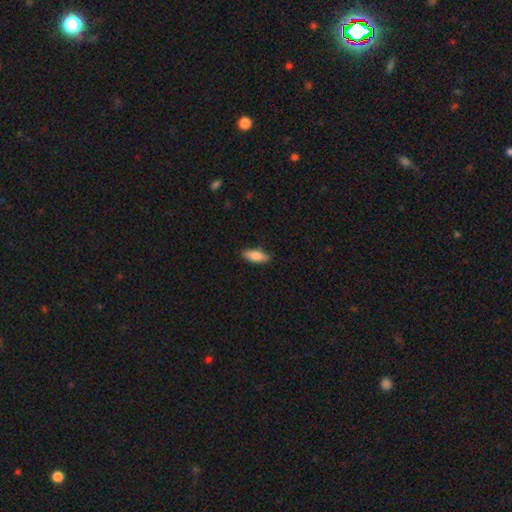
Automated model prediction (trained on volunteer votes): This appears to be a smooth galaxy with no disk features (82%) that is in between round and cigar-shaped (70%). Merging: none (88%).